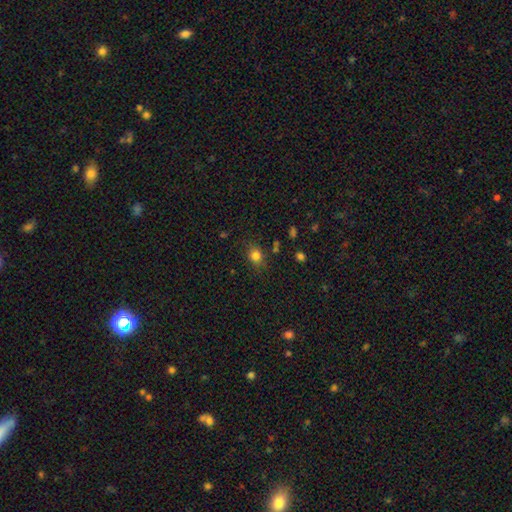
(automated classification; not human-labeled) Smooth or featured? Predicted: smooth (p=0.81). How rounded? Predicted: round (p=0.58). Merging? Predicted: none (p=0.80).